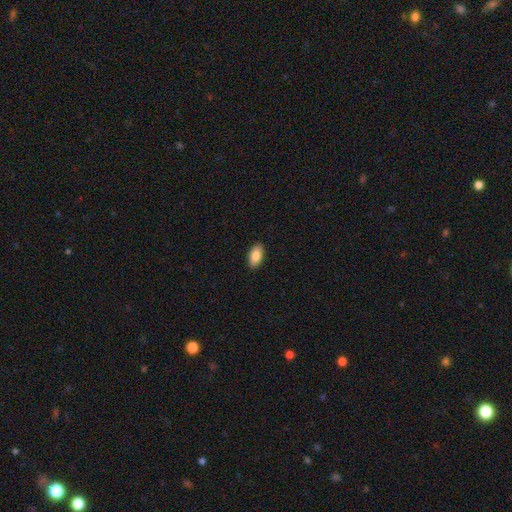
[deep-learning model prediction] Q: Smooth or featured?
A: smooth (86%); runner-up: featured or disk (7%)
Q: How rounded?
A: in between (93%); runner-up: cigar-shaped (5%)
Q: Merging?
A: none (90%); runner-up: minor disturbance (7%)